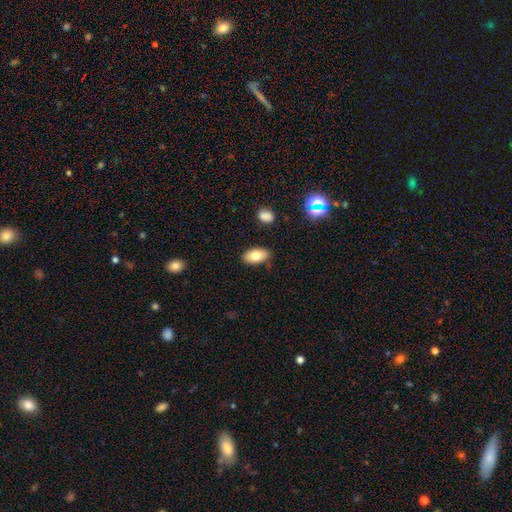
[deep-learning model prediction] This is likely a smooth galaxy (76%). How rounded: clearly in between (93%). Merging: clearly none (85%).